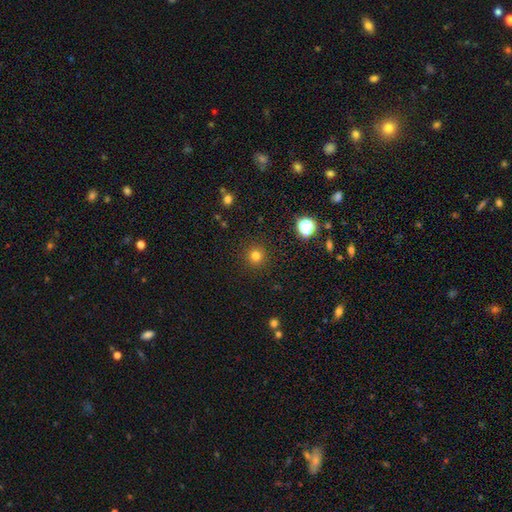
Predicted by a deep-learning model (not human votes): Smooth or featured: smooth — 79% (star or artifact — 16%)
How rounded: round — 95% (in between — 5%)
Merging: none — 91% (minor disturbance — 5%)